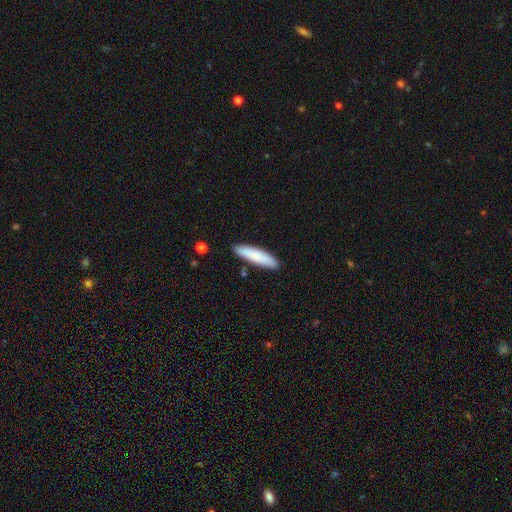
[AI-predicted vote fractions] This is clearly a smooth galaxy (81%). How rounded: likely cigar-shaped (73%). Merging: clearly none (86%).